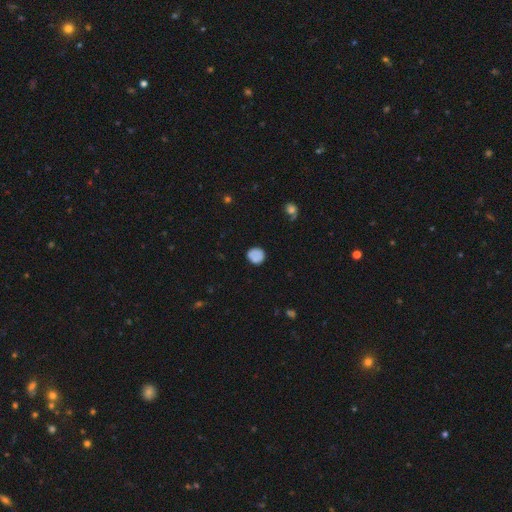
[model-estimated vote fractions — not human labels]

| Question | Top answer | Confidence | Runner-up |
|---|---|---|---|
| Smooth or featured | smooth | 78% | featured or disk (12%) |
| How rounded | round | 83% | in between (16%) |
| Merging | none | 75% | minor disturbance (17%) |